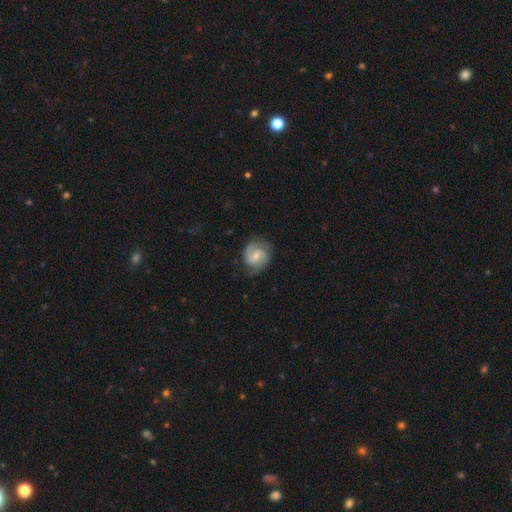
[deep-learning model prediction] The model was most divided on "bar": weak: 48%, no: 41%, strong: 10%. Remaining: edge-on disk — no (98%); spiral arms — yes (95%); spiral arm count — 2 (83%); smooth or featured — featured or disk (75%); merging — none (73%); bulge size — small (53%); spiral winding — medium (49%).